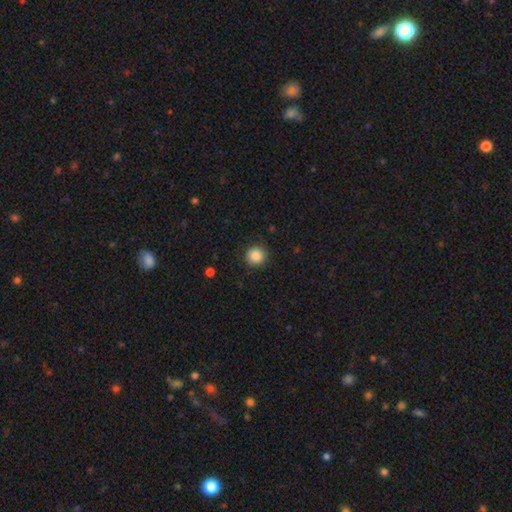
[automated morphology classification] This appears to be a smooth galaxy with no disk features (88%) that is round (93%). Merging: none (90%).